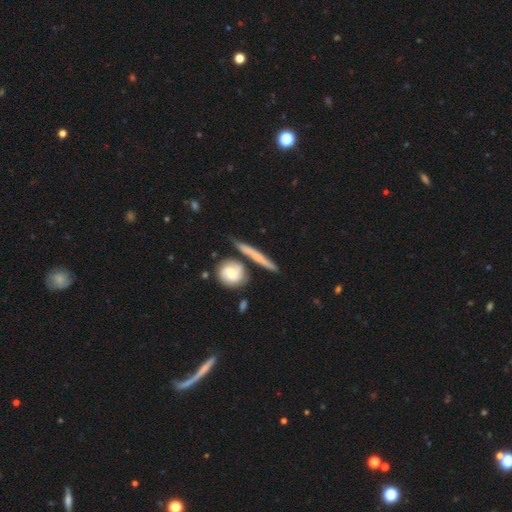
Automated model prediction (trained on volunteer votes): A featured or disk galaxy (49%). Merging: none (71%).